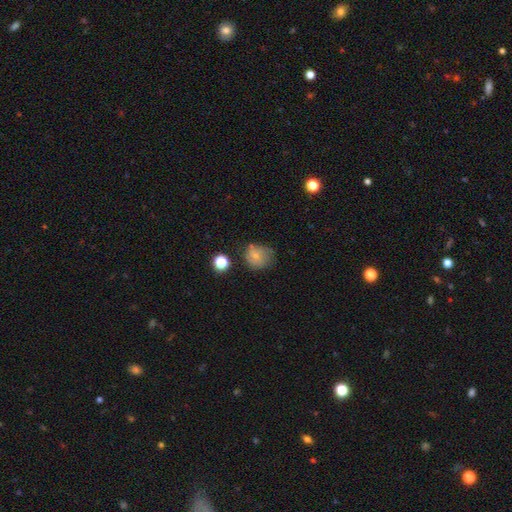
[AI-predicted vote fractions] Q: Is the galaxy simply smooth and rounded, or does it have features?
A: smooth — 64%.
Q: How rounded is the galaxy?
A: round — 75%.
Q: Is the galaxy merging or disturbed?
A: none — 56%.